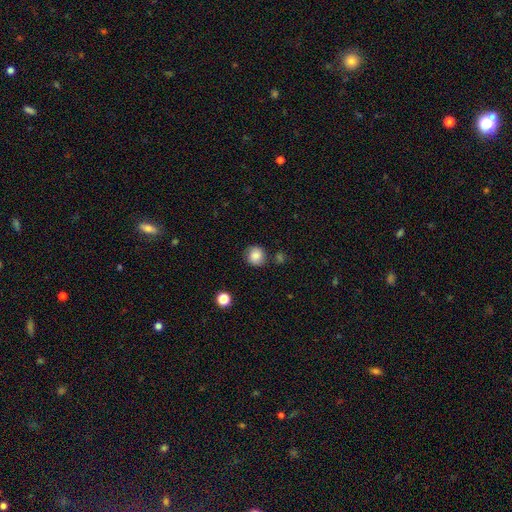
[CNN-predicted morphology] Q: Smooth or featured?
A: smooth (82%); runner-up: star or artifact (10%)
Q: How rounded?
A: round (90%); runner-up: in between (9%)
Q: Merging?
A: none (81%); runner-up: minor disturbance (12%)